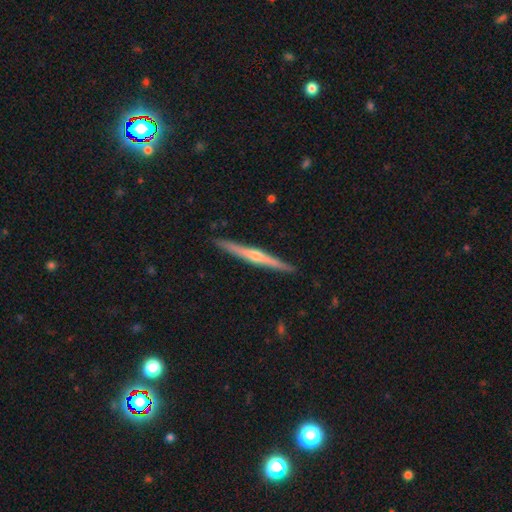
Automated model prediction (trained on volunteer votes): A featured or disk galaxy (75%) viewed edge-on (98%) with a rounded central bulge (81%).

Vote fractions:
- Smooth or featured? featured or disk: 75% / smooth: 18% / star or artifact: 7%
- Edge-on disk? yes: 98% / no: 2%
- Edge-on bulge? rounded: 81% / none: 15% / boxy: 4%
- Merging? none: 92% / minor disturbance: 6% / major disturbance: 1% / merger: 1%